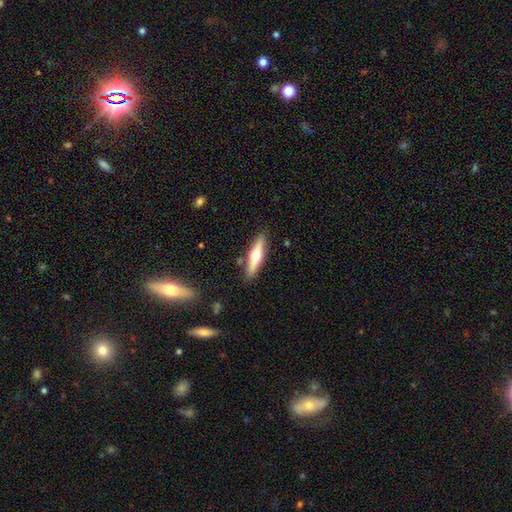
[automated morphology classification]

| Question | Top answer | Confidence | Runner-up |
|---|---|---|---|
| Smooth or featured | featured or disk | 52% | smooth (42%) |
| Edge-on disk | yes | 93% | no (7%) |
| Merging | none | 85% | minor disturbance (9%) |